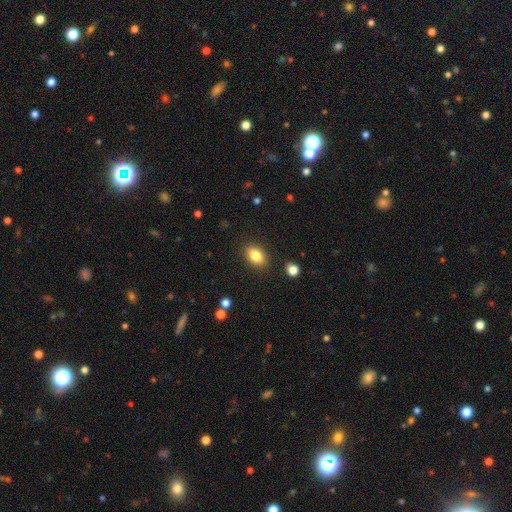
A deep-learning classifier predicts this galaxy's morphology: Smooth or featured: smooth — 84% (star or artifact — 9%)
How rounded: in between — 84% (round — 14%)
Merging: none — 87% (minor disturbance — 9%)